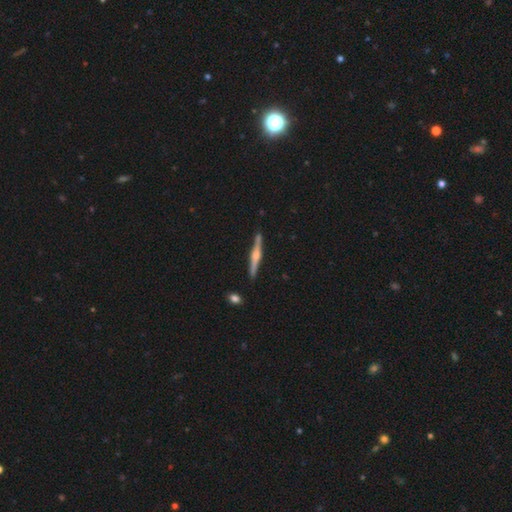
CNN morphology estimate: Smooth or featured? featured or disk (74%)
Edge-on disk? yes (98%)
Edge-on bulge? rounded (82%)
Merging? none (88%)